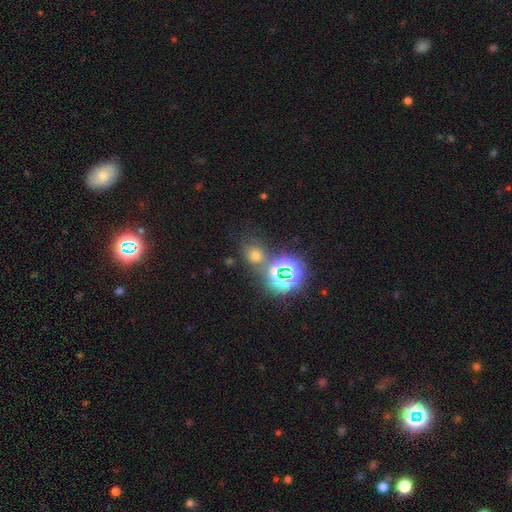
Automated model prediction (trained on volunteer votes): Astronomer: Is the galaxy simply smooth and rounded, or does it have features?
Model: smooth — 51% (runner-up: star or artifact, 39%).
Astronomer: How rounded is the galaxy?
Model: round — 71%.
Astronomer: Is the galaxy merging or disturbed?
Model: none — 68%.